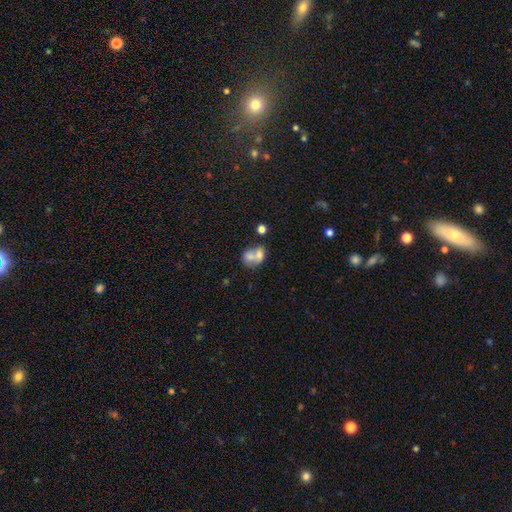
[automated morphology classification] smooth_or_featured: smooth (p=0.67) [alt: featured or disk p=0.23]
how_rounded: in between (p=0.56) [alt: round p=0.43]
merging: merger (p=0.67) [alt: none p=0.20]